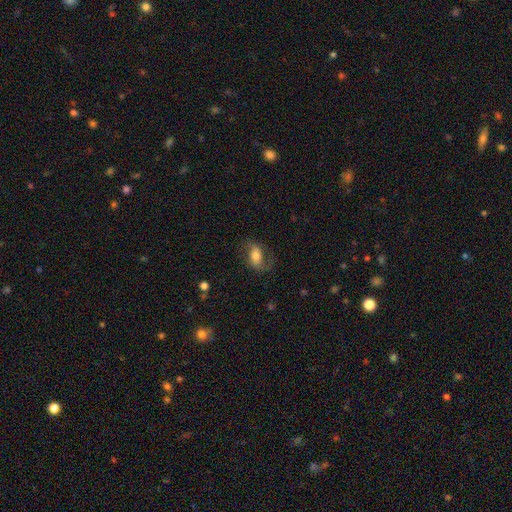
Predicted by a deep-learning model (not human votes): Q: Smooth or featured?
A: featured or disk (51%); runner-up: smooth (40%)
Q: Edge-on disk?
A: no (93%); runner-up: yes (7%)
Q: Merging?
A: none (66%); runner-up: minor disturbance (19%)